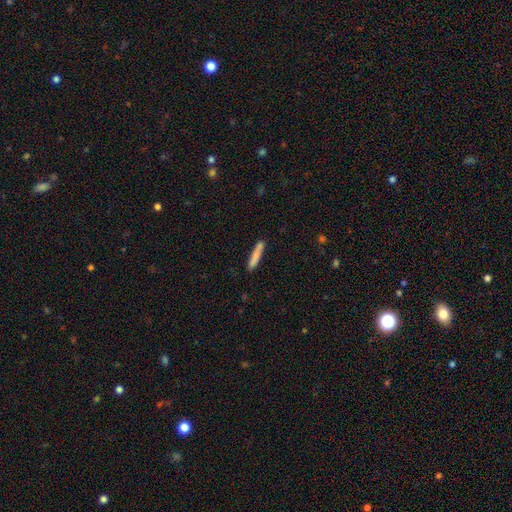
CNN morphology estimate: smooth_or_featured: smooth (p=0.81) [alt: featured or disk p=0.13]
how_rounded: cigar-shaped (p=0.93) [alt: in between p=0.06]
merging: none (p=0.81) [alt: minor disturbance p=0.12]